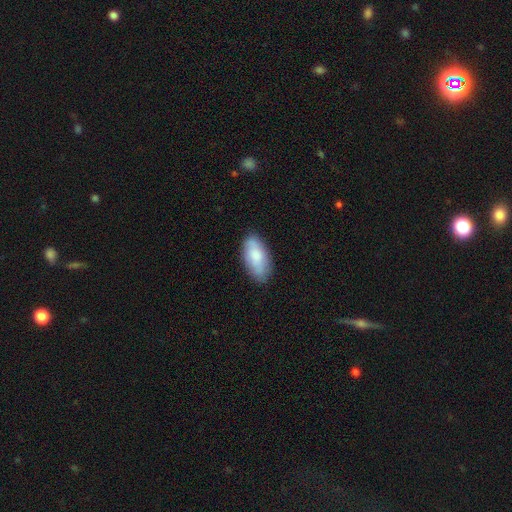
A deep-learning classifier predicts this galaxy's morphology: A smooth galaxy with no disk features (76%) that is in between round and cigar-shaped (92%). Merging: none (80%).